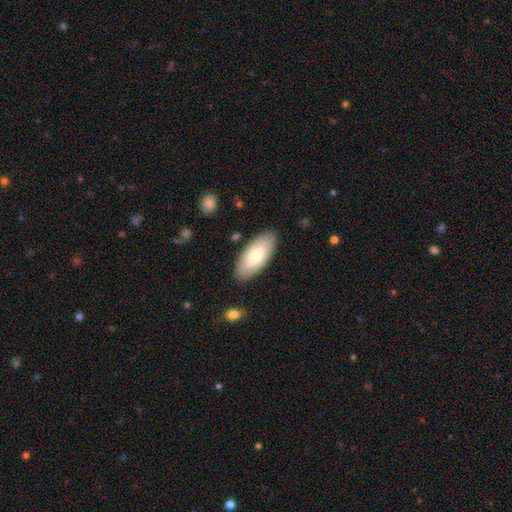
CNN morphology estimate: This appears to be a smooth galaxy with no disk features (76%) that is in between round and cigar-shaped (89%). Merging: none (87%).